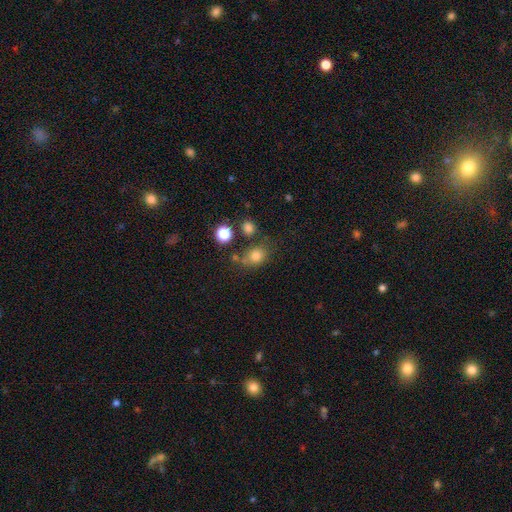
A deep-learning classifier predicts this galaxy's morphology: A smooth galaxy with no disk features (78%) that is round (59%).

Vote fractions:
- Smooth or featured? smooth: 78% / star or artifact: 14% / featured or disk: 8%
- How rounded? round: 59% / in between: 40% / cigar-shaped: 1%
- Merging? none: 63% / minor disturbance: 16% / merger: 14% / major disturbance: 7%